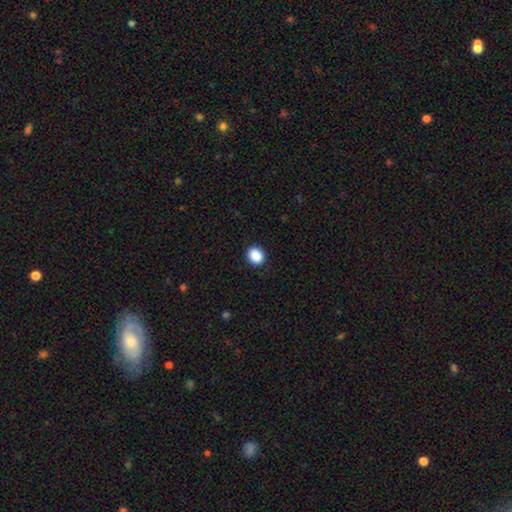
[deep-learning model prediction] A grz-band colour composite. It shows a smooth galaxy with no disk features (89%) that is round (72%). Merging: none (91%).